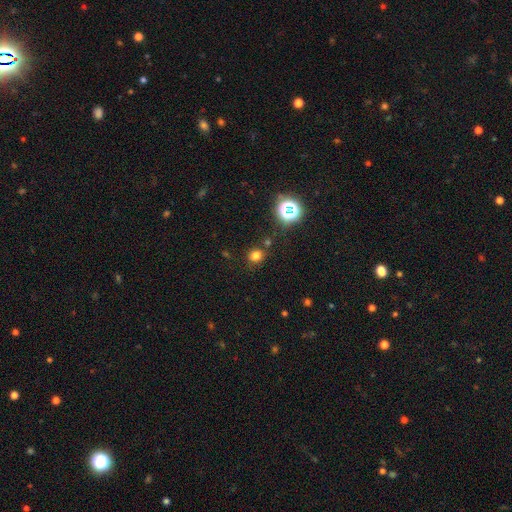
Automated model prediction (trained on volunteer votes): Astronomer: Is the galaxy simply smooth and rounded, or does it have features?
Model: smooth — 74%.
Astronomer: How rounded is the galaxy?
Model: round — 81%.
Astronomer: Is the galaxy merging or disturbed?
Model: none — 81%.